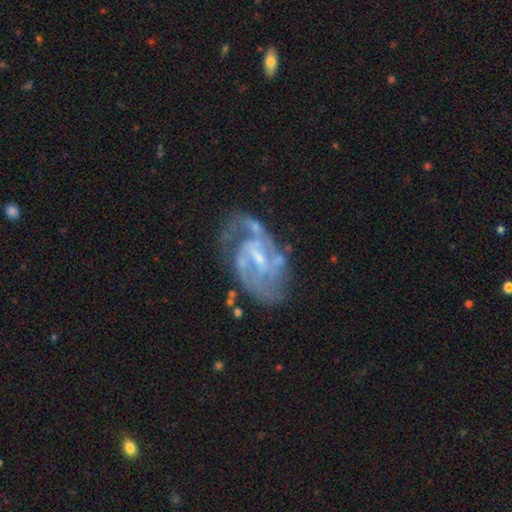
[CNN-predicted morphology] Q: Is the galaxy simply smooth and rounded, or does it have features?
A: featured or disk — 83%.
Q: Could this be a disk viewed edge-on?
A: no — 96%.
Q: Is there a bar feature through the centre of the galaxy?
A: weak — 54%.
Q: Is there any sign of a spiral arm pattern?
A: yes — 89%.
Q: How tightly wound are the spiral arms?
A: medium — 46%.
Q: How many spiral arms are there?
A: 2 — 51%.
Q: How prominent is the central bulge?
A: small — 54%.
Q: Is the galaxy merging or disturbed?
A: none — 55%.